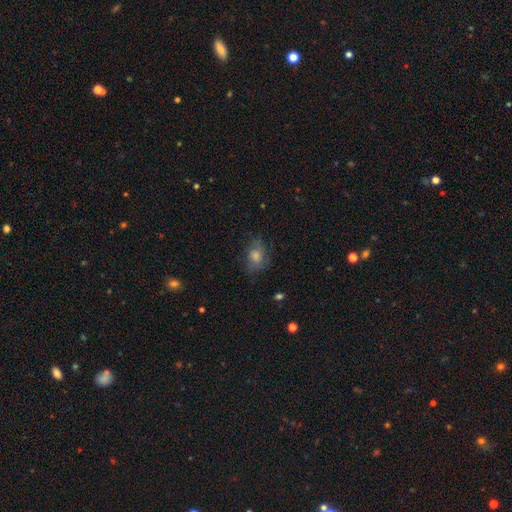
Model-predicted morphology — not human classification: smooth-or-featured: smooth: 54% | featured or disk: 28% | star or artifact: 18%
  how-rounded: in between: 63% | round: 35% | cigar-shaped: 2%
  merging: none: 70% | minor disturbance: 20% | major disturbance: 9% | merger: 1%